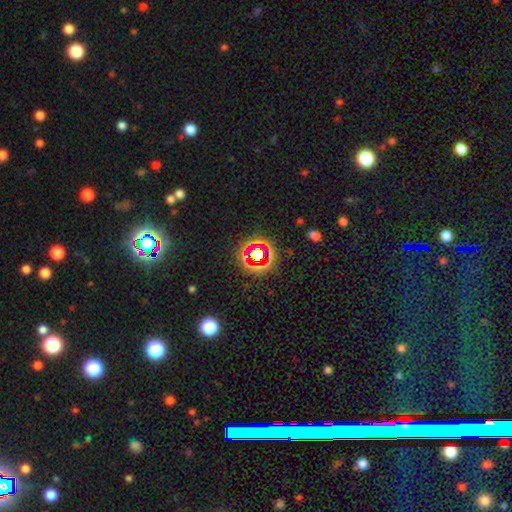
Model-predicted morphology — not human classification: This is likely a star or artifact rather than a galaxy (65%).